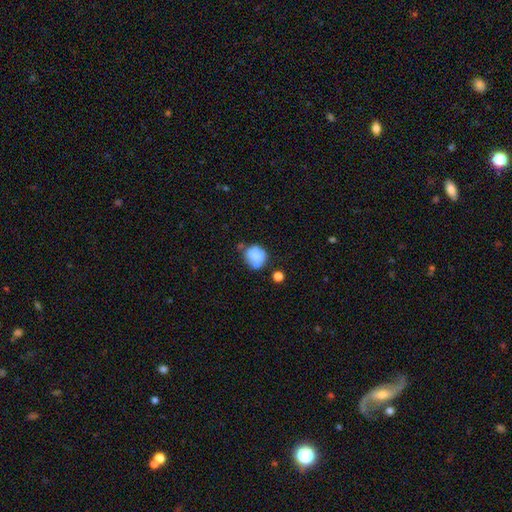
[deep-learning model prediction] Smooth or featured: smooth — 70% (featured or disk — 21%)
How rounded: round — 69% (in between — 30%)
Merging: none — 47% (minor disturbance — 27%)